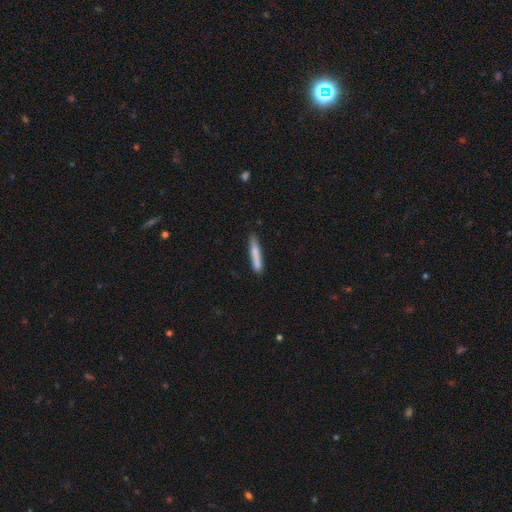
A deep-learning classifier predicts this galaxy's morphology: The model was most divided on "smooth or featured": smooth: 73%, featured or disk: 21%, star or artifact: 6%. More confident: how rounded — cigar-shaped (93%); merging — none (80%).